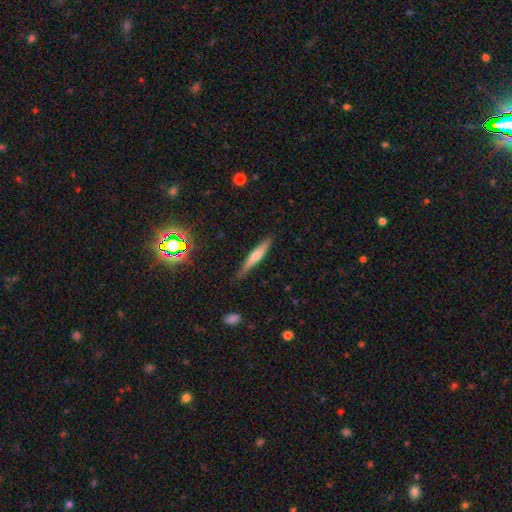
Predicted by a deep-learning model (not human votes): This is possibly a smooth galaxy (49%). Merging: clearly none (82%).